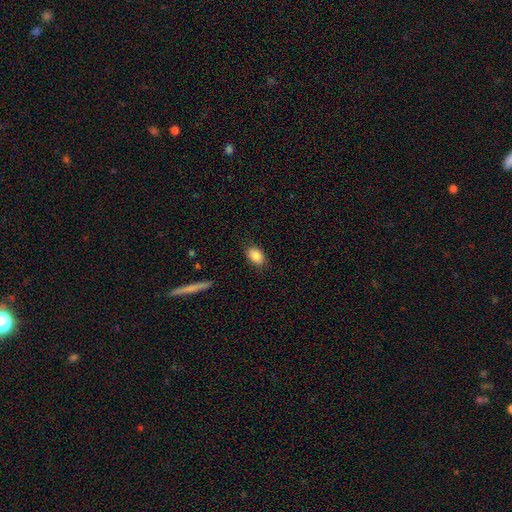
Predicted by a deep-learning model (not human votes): Smooth or featured?
  - smooth: 86% *
  - star or artifact: 8%
  - featured or disk: 7%
How rounded?
  - in between: 84% *
  - round: 14%
  - cigar-shaped: 2%
Merging?
  - none: 83% *
  - minor disturbance: 13%
  - major disturbance: 3%
  - merger: 1%